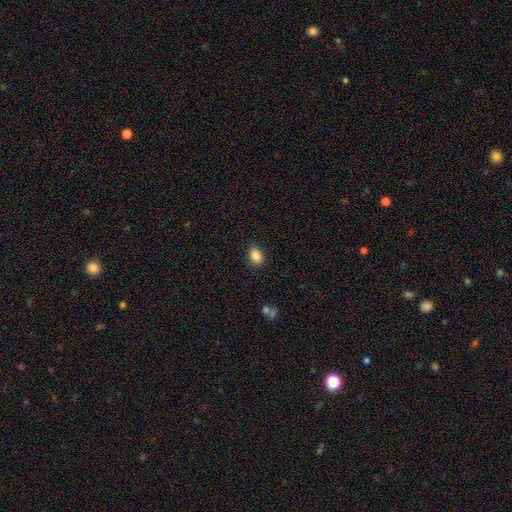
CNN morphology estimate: The model was most divided on "how rounded": in between: 76%, round: 22%, cigar-shaped: 1%. More confident: smooth or featured — smooth (87%); merging — none (87%).